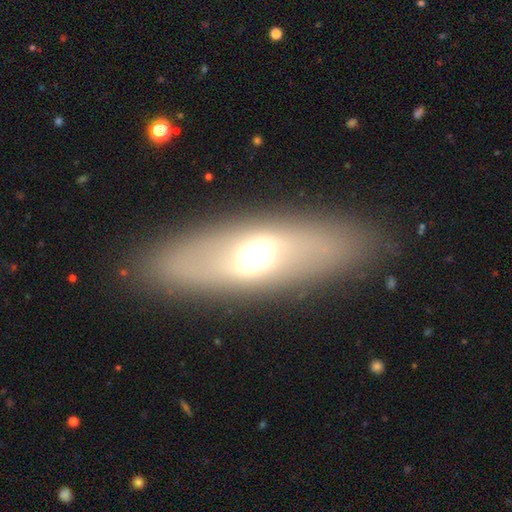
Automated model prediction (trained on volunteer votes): smooth_or_featured: featured or disk (p=0.50) [alt: smooth p=0.41]
disk_edge_on: no (p=0.67) [alt: yes p=0.33]
merging: none (p=0.87) [alt: minor disturbance p=0.08]